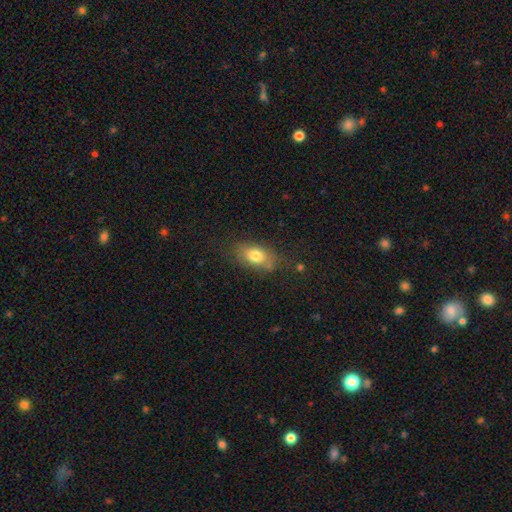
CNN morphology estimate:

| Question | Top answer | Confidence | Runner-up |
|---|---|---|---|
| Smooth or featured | smooth | 77% | featured or disk (14%) |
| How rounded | in between | 83% | round (14%) |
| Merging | none | 69% | minor disturbance (20%) |